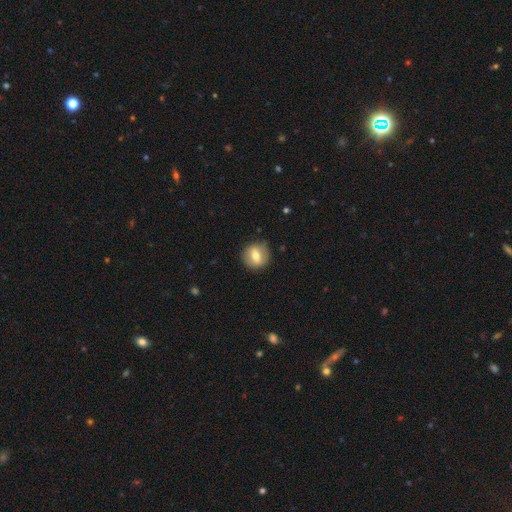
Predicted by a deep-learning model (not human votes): Overall: smooth (57%; featured or disk 35%). How rounded: round (82%). Merging: none (84%).